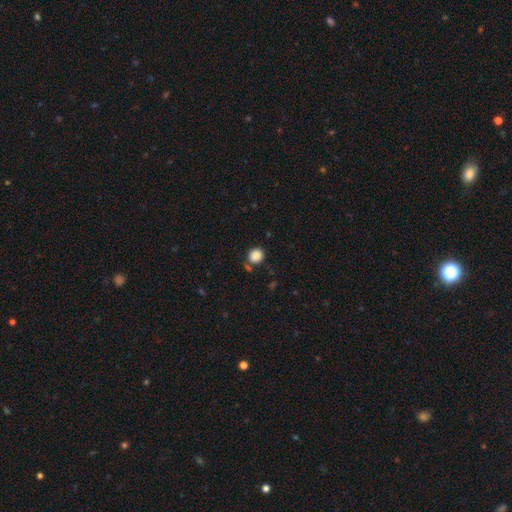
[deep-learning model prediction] A smooth galaxy with no disk features (87%) that is round (82%).

Vote fractions:
- Smooth or featured? smooth: 87% / star or artifact: 10% / featured or disk: 3%
- How rounded? round: 82% / in between: 17% / cigar-shaped: 1%
- Merging? none: 79% / minor disturbance: 11% / merger: 7% / major disturbance: 4%